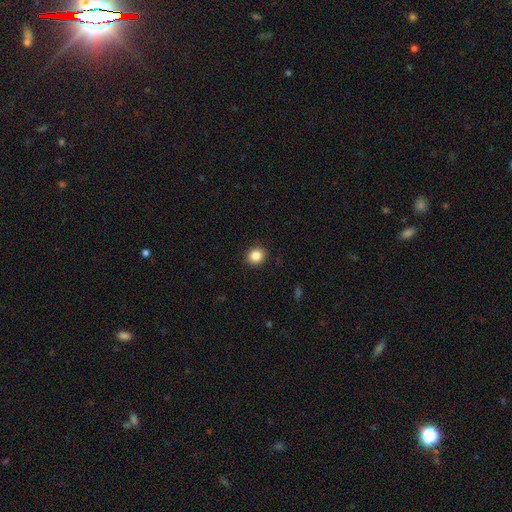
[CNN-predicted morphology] Smooth or featured? smooth (86%)
How rounded? round (81%)
Merging? none (91%)